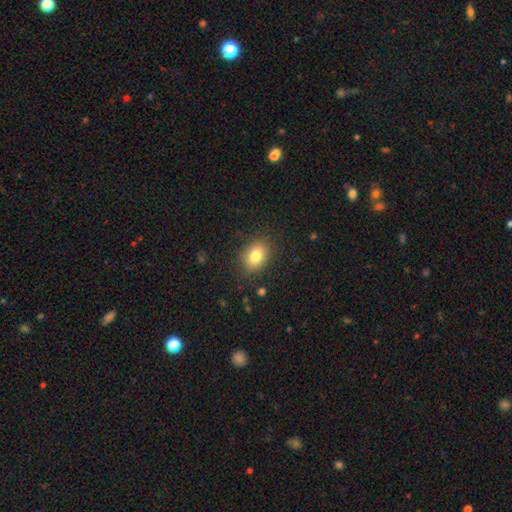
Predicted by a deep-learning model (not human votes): Overall: smooth (81%). How rounded: in between (64%; round 35%). Merging: none (85%).